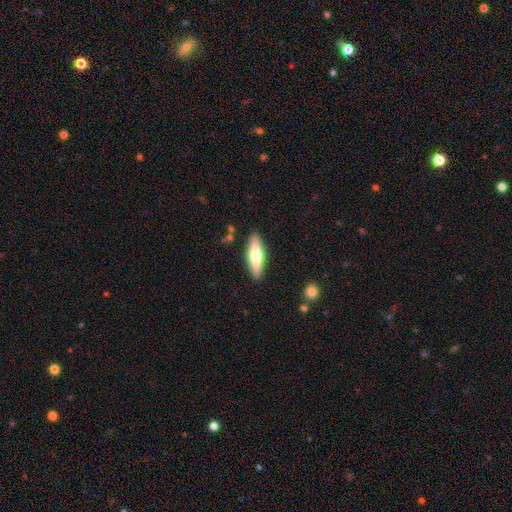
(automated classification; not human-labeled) Smooth or featured? Predicted: smooth (p=0.53). How rounded? Predicted: cigar-shaped (p=0.59). Merging? Predicted: none (p=0.88).